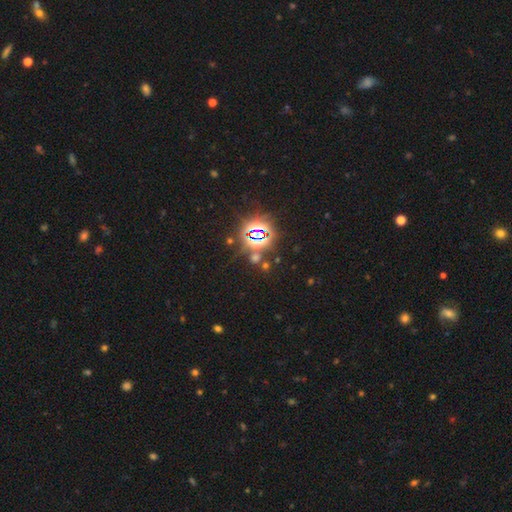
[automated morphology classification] Smooth or featured? star or artifact (80%)